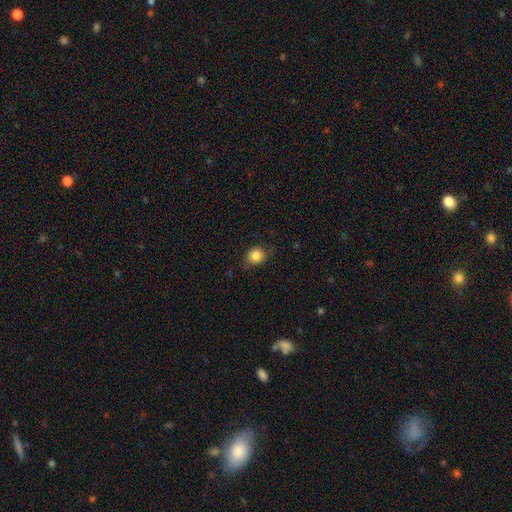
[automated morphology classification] smooth 84%, star or artifact 10%, featured or disk 6%. Down the decision tree: how rounded — round (74%); merging — none (78%).